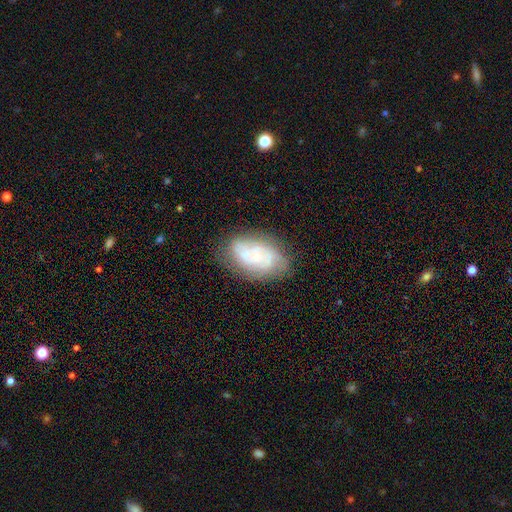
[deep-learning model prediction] Q: Smooth or featured?
A: featured or disk (64%); runner-up: smooth (28%)
Q: Edge-on disk?
A: no (95%); runner-up: yes (5%)
Q: Bar?
A: no (75%); runner-up: weak (21%)
Q: Spiral arms?
A: yes (77%); runner-up: no (23%)
Q: Bulge size?
A: small (67%); runner-up: moderate (27%)
Q: Merging?
A: none (72%); runner-up: minor disturbance (19%)